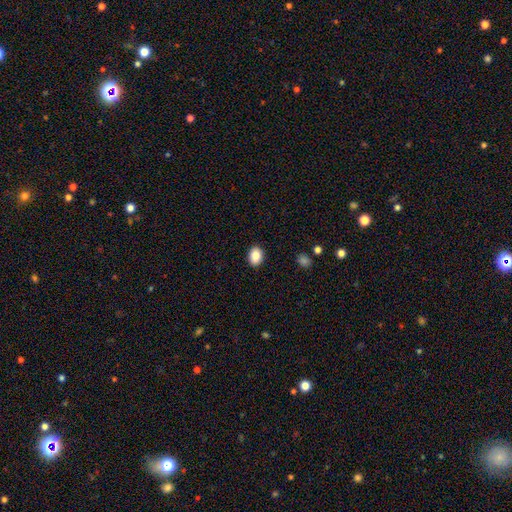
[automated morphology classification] Smooth or featured? smooth (85%)
How rounded? in between (73%)
Merging? none (89%)